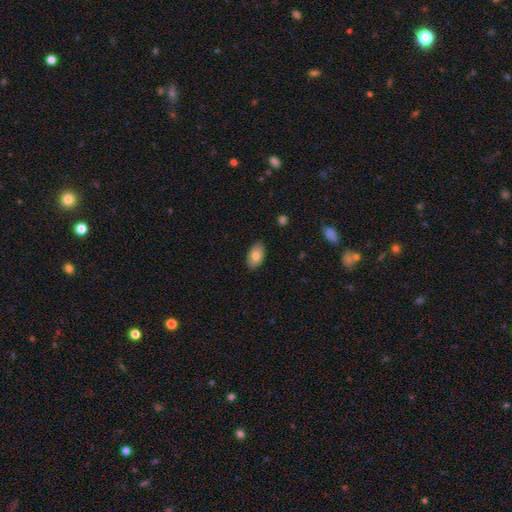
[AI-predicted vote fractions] The model was most divided on "smooth or featured": smooth: 79%, featured or disk: 14%, star or artifact: 7%. More confident: how rounded — in between (93%); merging — none (86%).